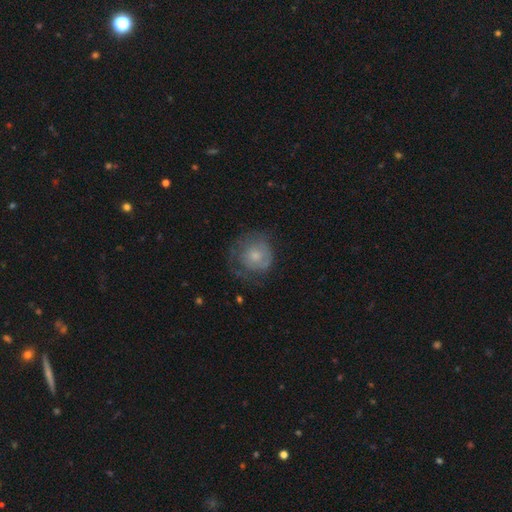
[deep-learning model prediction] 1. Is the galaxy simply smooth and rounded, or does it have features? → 52% smooth, 41% featured or disk, 8% star or artifact.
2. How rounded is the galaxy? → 85% round, 14% in between, 1% cigar-shaped.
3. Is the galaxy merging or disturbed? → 53% none, 25% minor disturbance, 21% major disturbance, 1% merger.